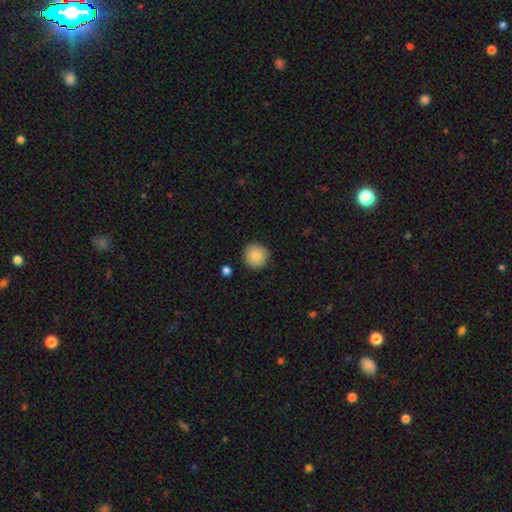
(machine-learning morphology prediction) The model was most divided on "smooth or featured": smooth: 85%, star or artifact: 8%, featured or disk: 7%. More confident: how rounded — round (95%); merging — none (90%).